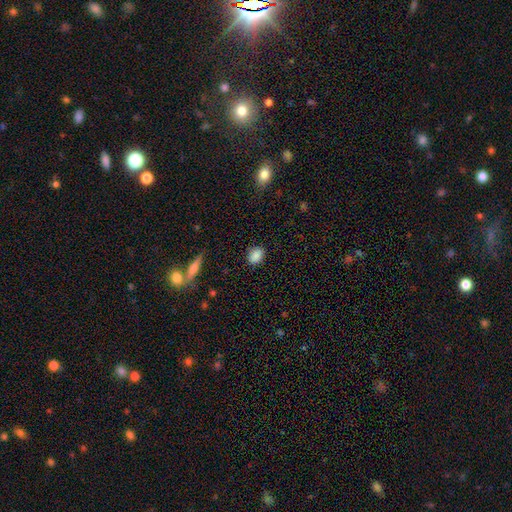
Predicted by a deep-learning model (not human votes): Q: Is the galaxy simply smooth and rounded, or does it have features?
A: smooth — 86%.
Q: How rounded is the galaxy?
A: in between — 68%.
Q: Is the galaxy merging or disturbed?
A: none — 84%.